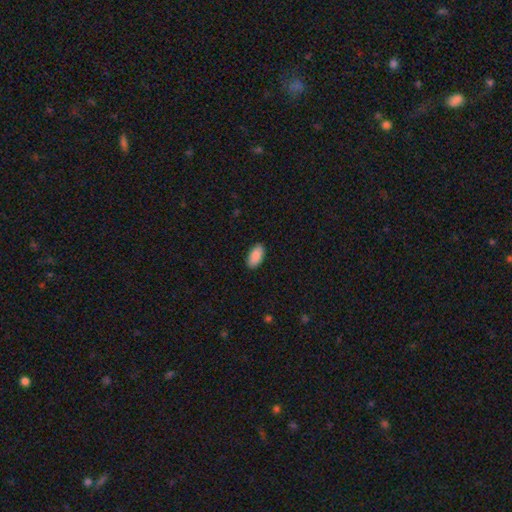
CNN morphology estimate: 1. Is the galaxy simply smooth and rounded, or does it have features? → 90% smooth, 6% star or artifact, 4% featured or disk.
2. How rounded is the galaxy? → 95% in between, 3% cigar-shaped, 2% round.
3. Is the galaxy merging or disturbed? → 89% none, 9% minor disturbance, 2% major disturbance, 1% merger.